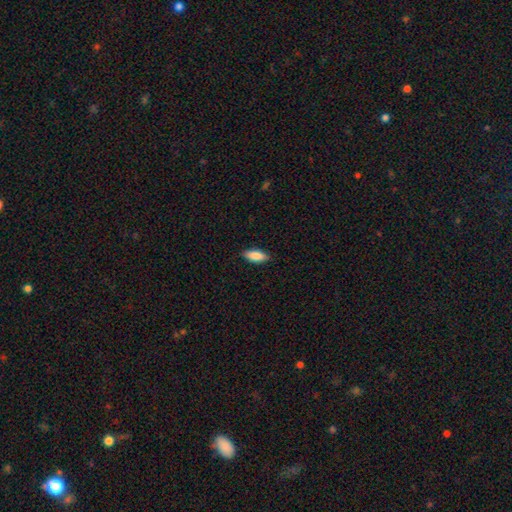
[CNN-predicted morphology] A smooth galaxy with no disk features (85%) that is in between round and cigar-shaped (79%).

Vote fractions:
- Smooth or featured? smooth: 85% / featured or disk: 9% / star or artifact: 6%
- How rounded? in between: 79% / cigar-shaped: 19% / round: 2%
- Merging? none: 87% / minor disturbance: 10% / major disturbance: 2% / merger: 1%